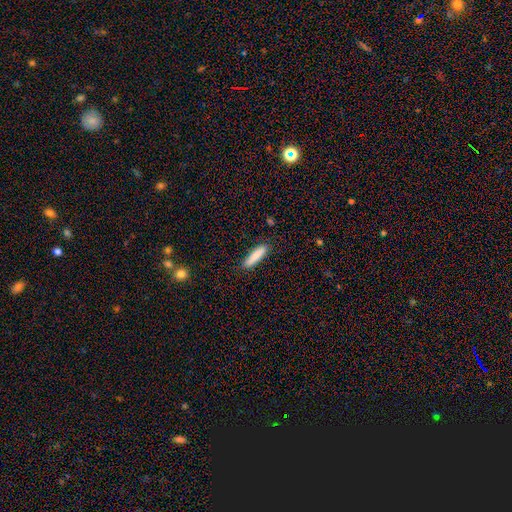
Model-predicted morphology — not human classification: type=smooth (83%); roundness=cigar-shaped (76%); merging=none (85%).